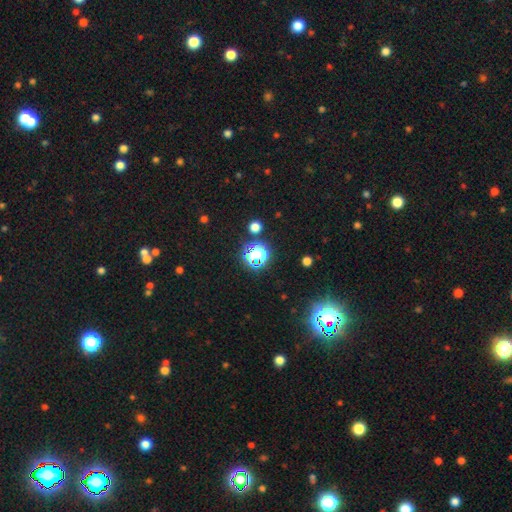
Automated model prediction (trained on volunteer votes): Smooth or featured? star or artifact (61%)